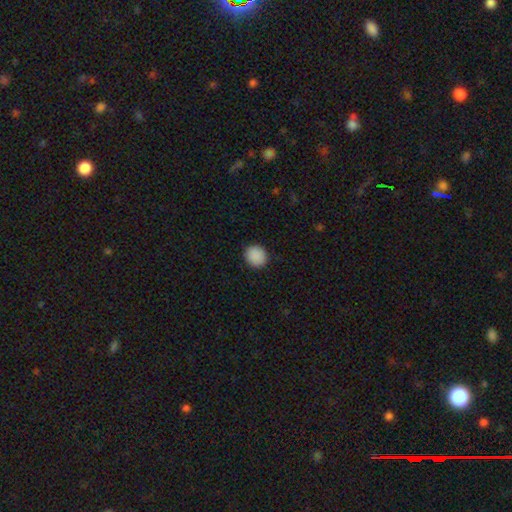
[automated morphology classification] Smooth or featured: smooth — 90% (star or artifact — 8%)
How rounded: round — 83% (in between — 17%)
Merging: none — 91% (minor disturbance — 7%)